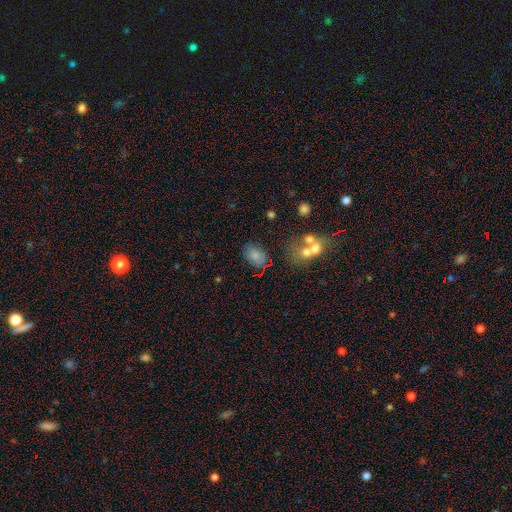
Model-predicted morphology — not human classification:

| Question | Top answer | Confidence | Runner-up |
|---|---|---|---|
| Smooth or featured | smooth | 75% | featured or disk (14%) |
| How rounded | in between | 83% | round (16%) |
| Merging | none | 67% | minor disturbance (16%) |